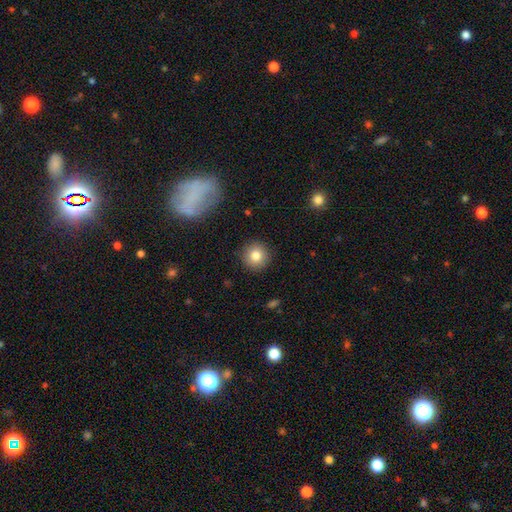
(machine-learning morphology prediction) Smooth or featured? smooth (81%)
How rounded? round (94%)
Merging? none (91%)